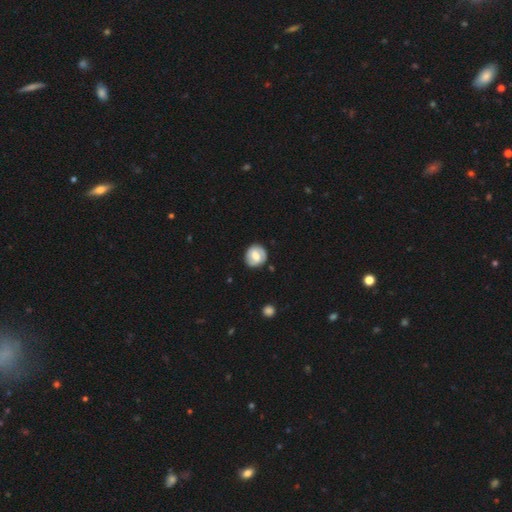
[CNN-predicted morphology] A smooth galaxy with no disk features (60%) that is round (80%). Merging: none (79%).